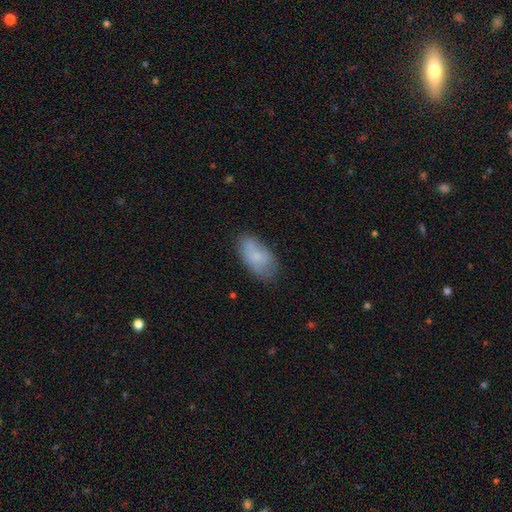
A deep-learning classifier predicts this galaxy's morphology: smooth 73%, featured or disk 19%, star or artifact 7%. Down the decision tree: how rounded — in between (93%); merging — none (67%).